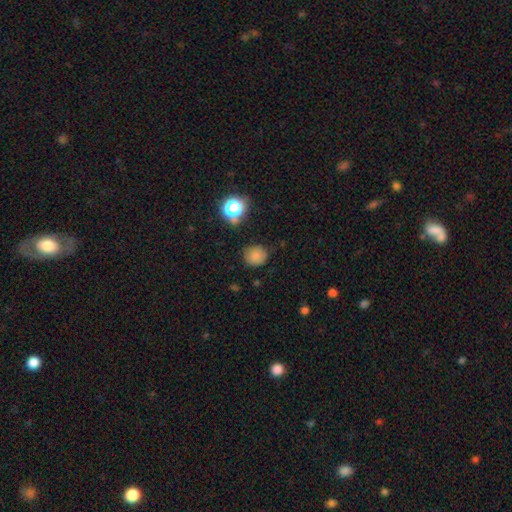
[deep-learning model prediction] A smooth galaxy with no disk features (78%) that is round (84%).

Vote fractions:
- Smooth or featured? smooth: 78% / star or artifact: 15% / featured or disk: 7%
- How rounded? round: 84% / in between: 15% / cigar-shaped: 1%
- Merging? none: 80% / minor disturbance: 15% / major disturbance: 4% / merger: 2%